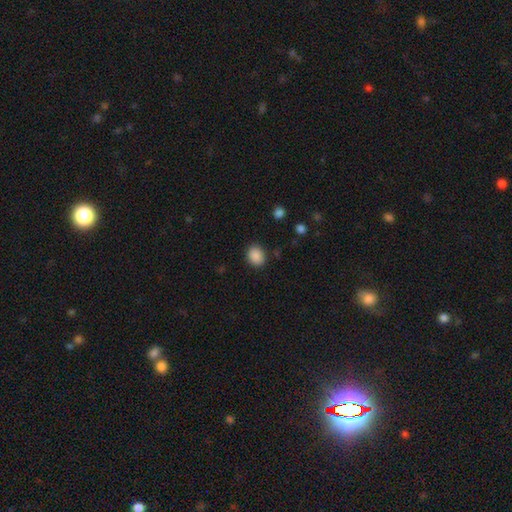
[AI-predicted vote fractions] Smooth or featured?
  - smooth: 88% *
  - star or artifact: 9%
  - featured or disk: 3%
How rounded?
  - round: 55% *
  - in between: 44%
  - cigar-shaped: 1%
Merging?
  - none: 88% *
  - minor disturbance: 8%
  - major disturbance: 3%
  - merger: 1%